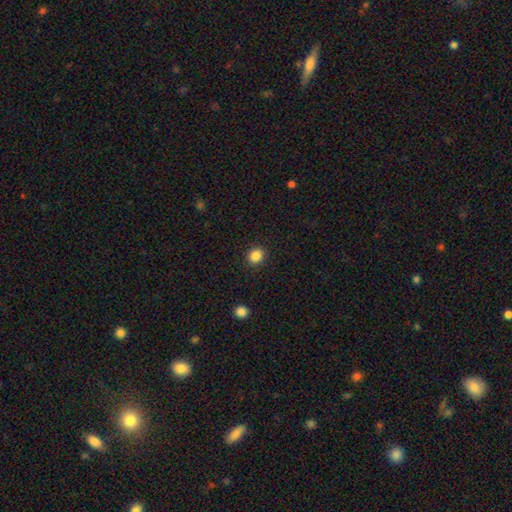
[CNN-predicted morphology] This is clearly a smooth galaxy (85%). How rounded: likely round (78%). Merging: clearly none (91%).